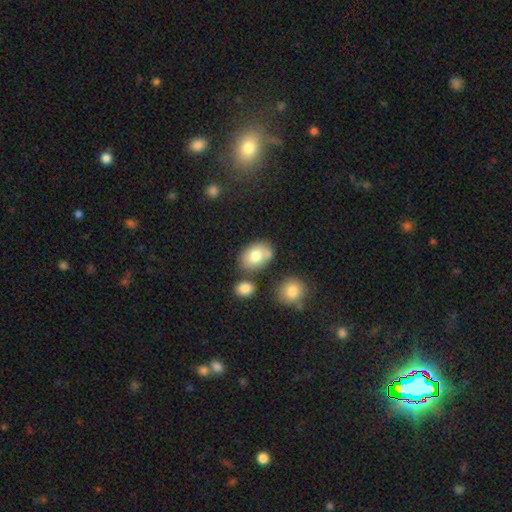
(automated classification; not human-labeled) smooth-or-featured: smooth: 77% | featured or disk: 15% | star or artifact: 8%
  how-rounded: in between: 81% | round: 18% | cigar-shaped: 1%
  merging: none: 67% | minor disturbance: 16% | merger: 14% | major disturbance: 4%